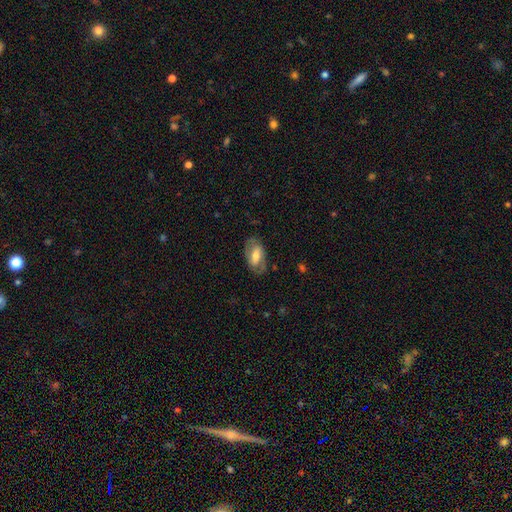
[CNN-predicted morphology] This appears to be a featured or disk galaxy (52%). Merging: none (75%).